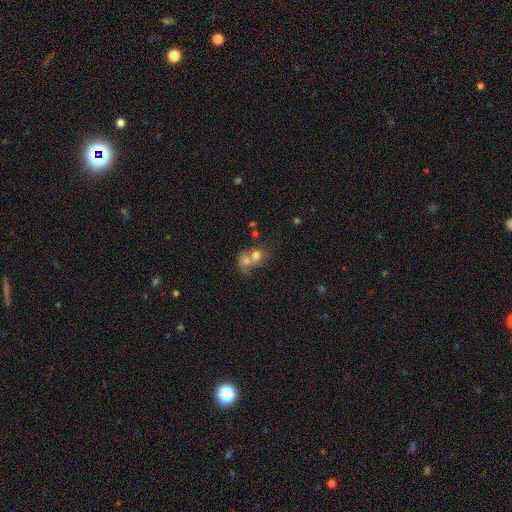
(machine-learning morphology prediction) smooth-or-featured: smooth: 67% | featured or disk: 21% | star or artifact: 12%
  how-rounded: round: 61% | in between: 38% | cigar-shaped: 1%
  merging: merger: 68% | none: 19% | minor disturbance: 6% | major disturbance: 6%